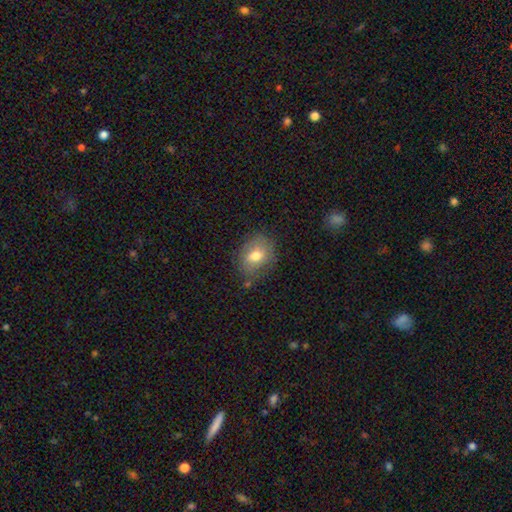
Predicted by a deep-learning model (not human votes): Smooth or featured?
  - smooth: 69% *
  - featured or disk: 22%
  - star or artifact: 9%
How rounded?
  - in between: 63% *
  - round: 36%
  - cigar-shaped: 1%
Merging?
  - none: 69% *
  - minor disturbance: 22%
  - major disturbance: 6%
  - merger: 3%